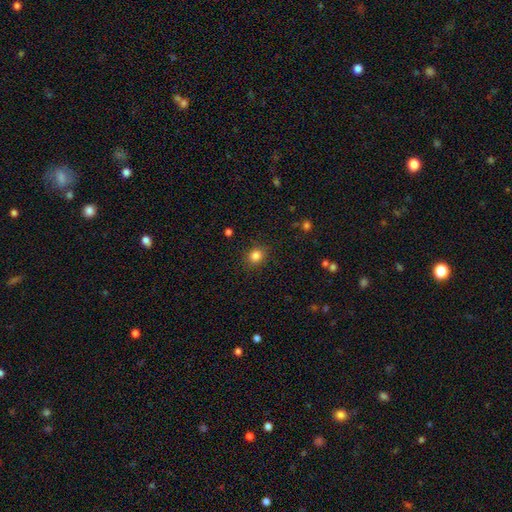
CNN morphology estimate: Q: Smooth or featured?
A: smooth (84%); runner-up: star or artifact (11%)
Q: How rounded?
A: round (67%); runner-up: in between (32%)
Q: Merging?
A: none (87%); runner-up: minor disturbance (9%)